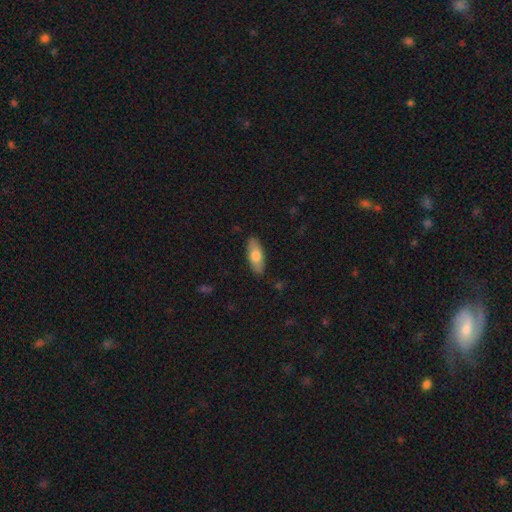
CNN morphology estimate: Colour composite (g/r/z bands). It shows a smooth galaxy with no disk features (73%) that is in between round and cigar-shaped (73%). Merging: none (86%).